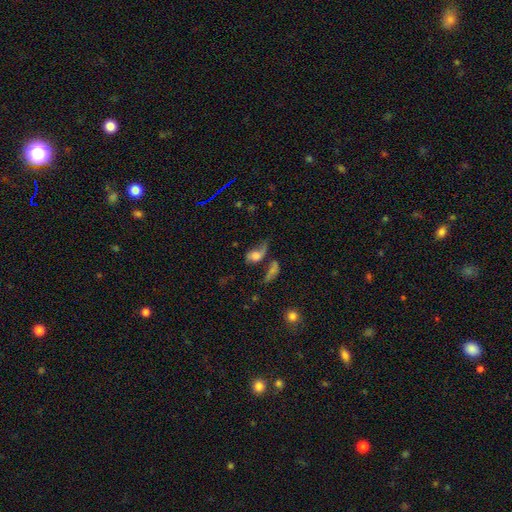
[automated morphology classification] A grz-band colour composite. It shows a smooth galaxy with no disk features (51%) that is in between round and cigar-shaped (77%). Merging: major disturbance (33%).